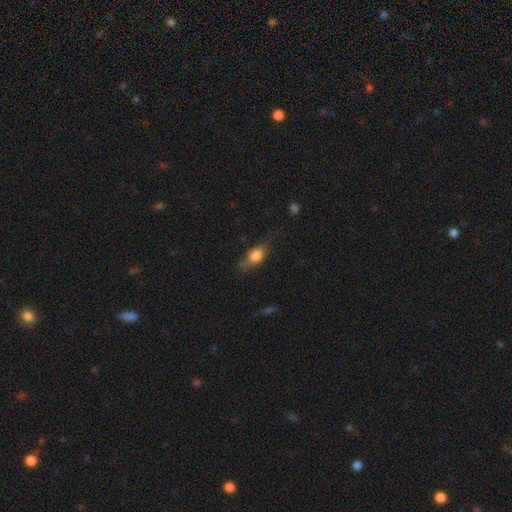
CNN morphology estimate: Q: Smooth or featured?
A: smooth (75%); runner-up: featured or disk (17%)
Q: How rounded?
A: in between (76%); runner-up: round (13%)
Q: Merging?
A: none (63%); runner-up: minor disturbance (27%)